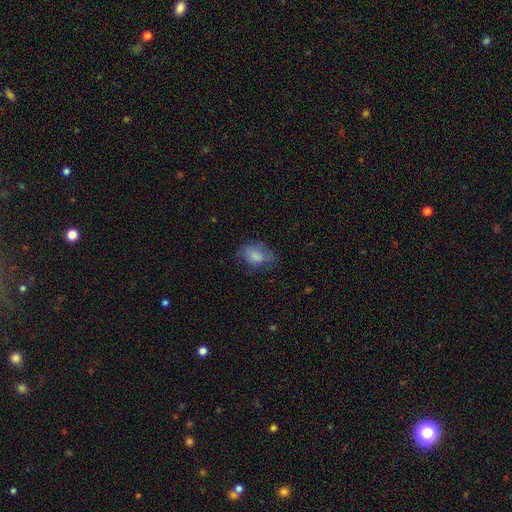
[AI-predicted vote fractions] Morphology: type=smooth (78%); roundness=in between (75%); merging=none (55%).